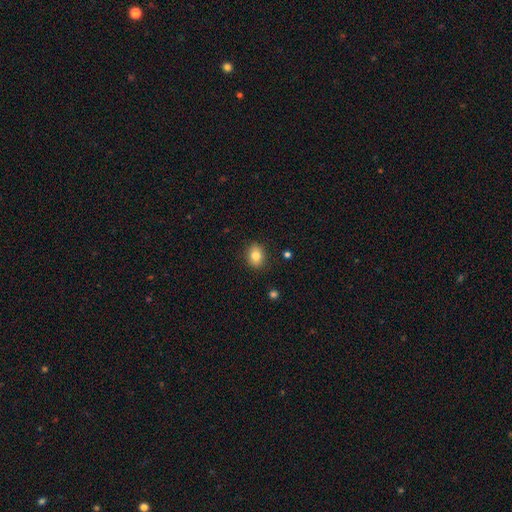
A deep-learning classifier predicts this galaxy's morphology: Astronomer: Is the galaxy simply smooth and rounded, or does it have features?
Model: smooth — 82%.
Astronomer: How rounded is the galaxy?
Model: in between — 56% (runner-up: round, 43%).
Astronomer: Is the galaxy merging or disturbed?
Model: none — 88%.